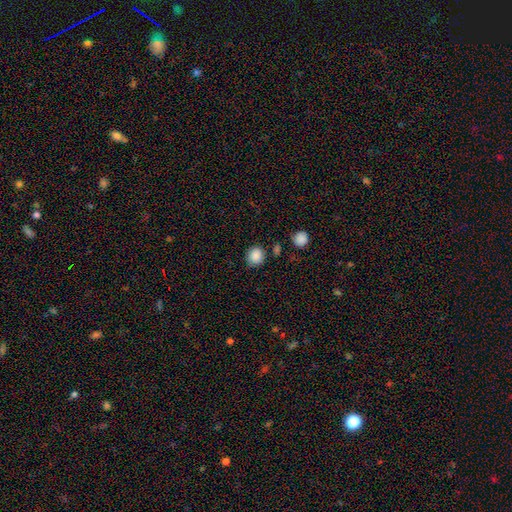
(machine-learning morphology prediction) The model was most divided on "how rounded": round: 80%, in between: 19%, cigar-shaped: 1%. More confident: smooth or featured — smooth (87%); merging — none (81%).